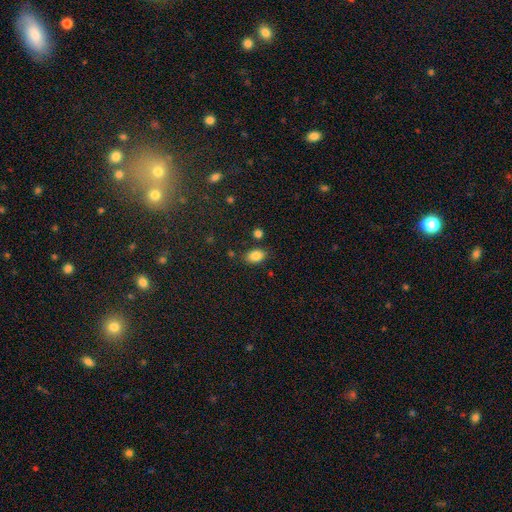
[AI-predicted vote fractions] Smooth or featured? Predicted: smooth (p=0.85). How rounded? Predicted: in between (p=0.81). Merging? Predicted: none (p=0.79).